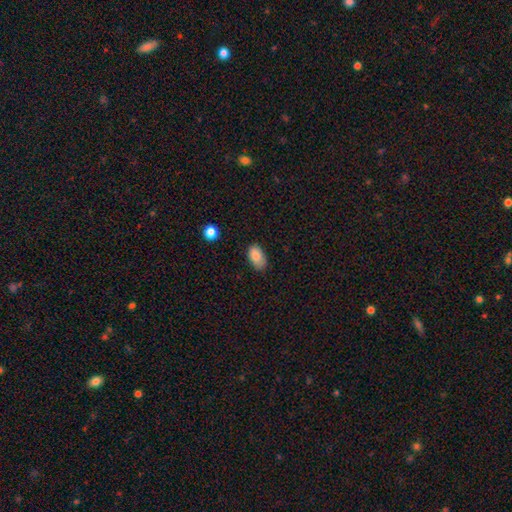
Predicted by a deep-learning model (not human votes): smooth-or-featured: smooth: 83% | featured or disk: 9% | star or artifact: 8%
  how-rounded: in between: 92% | round: 6% | cigar-shaped: 2%
  merging: none: 74% | minor disturbance: 21% | major disturbance: 4% | merger: 2%